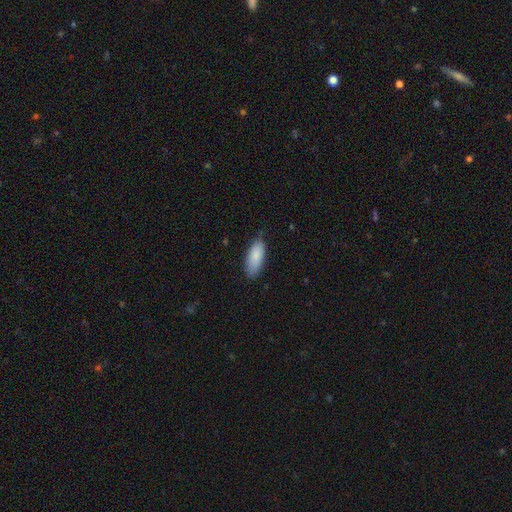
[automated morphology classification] smooth_or_featured: smooth (p=0.88) [alt: featured or disk p=0.06]
how_rounded: in between (p=0.80) [alt: cigar-shaped p=0.19]
merging: none (p=0.79) [alt: minor disturbance p=0.17]